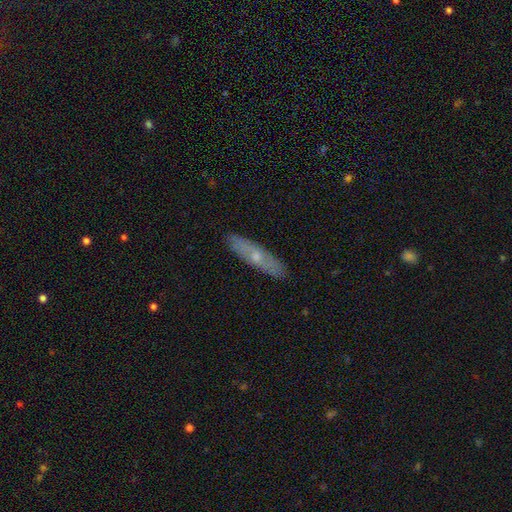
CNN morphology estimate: featured or disk 48%, smooth 45%, star or artifact 7%. Down the decision tree: merging — none (88%).